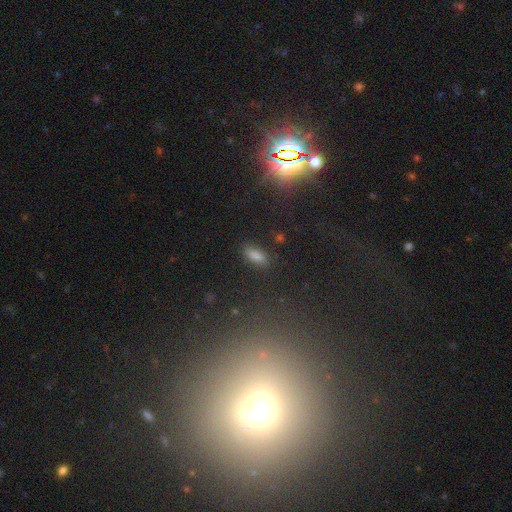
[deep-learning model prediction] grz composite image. It shows a smooth galaxy with no disk features (82%) that is in between round and cigar-shaped (80%). Merging: none (83%).